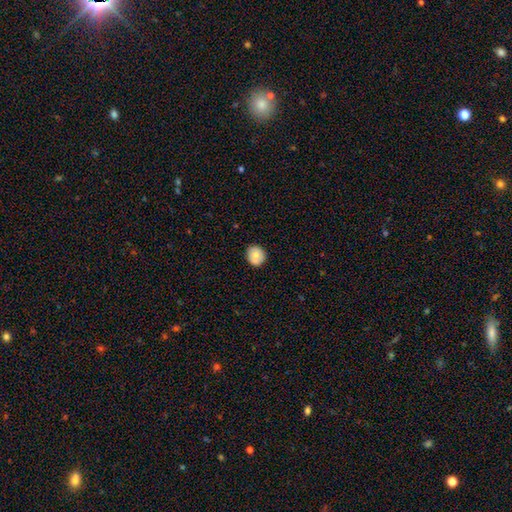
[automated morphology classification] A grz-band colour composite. It shows a smooth galaxy with no disk features (80%) that is round (82%). Merging: none (85%).